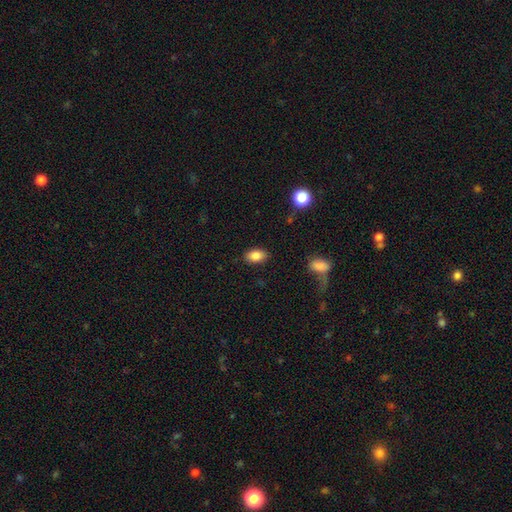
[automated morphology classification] Smooth or featured: smooth — 85% (star or artifact — 9%)
How rounded: in between — 88% (round — 10%)
Merging: none — 87% (minor disturbance — 9%)